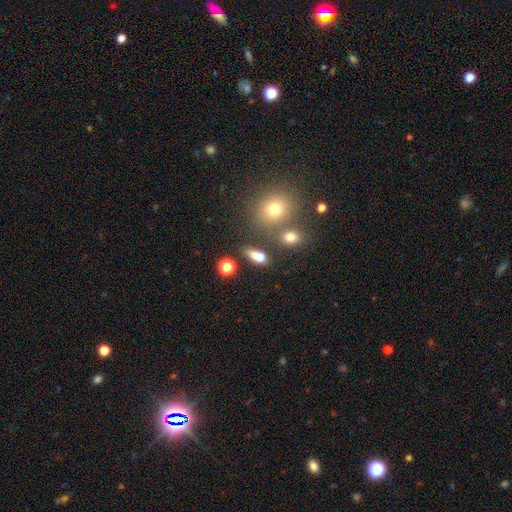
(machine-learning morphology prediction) The model was most divided on "merging": none: 57%, merger: 23%, minor disturbance: 13%, major disturbance: 7%. More confident: smooth or featured — smooth (70%); how rounded — in between (60%).